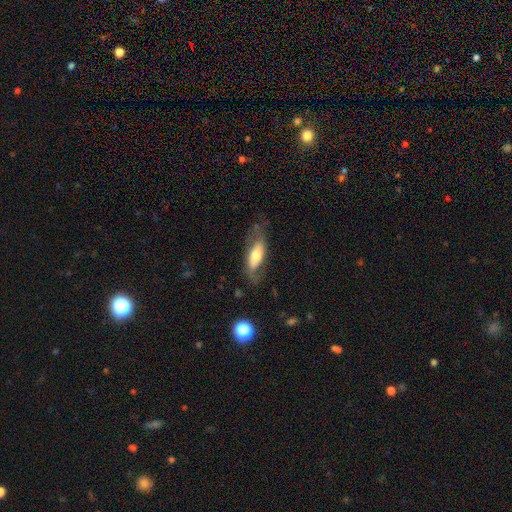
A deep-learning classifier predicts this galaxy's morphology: smooth_or_featured: smooth (p=0.47) [alt: featured or disk p=0.46]
merging: none (p=0.59) [alt: minor disturbance p=0.23]